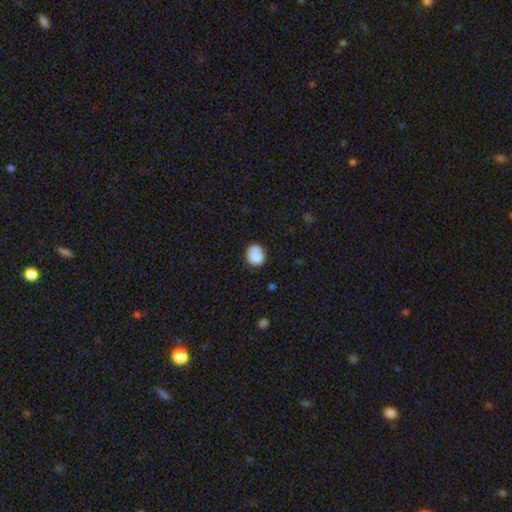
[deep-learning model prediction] Q: Smooth or featured?
A: smooth (82%); runner-up: featured or disk (10%)
Q: How rounded?
A: round (65%); runner-up: in between (34%)
Q: Merging?
A: none (63%); runner-up: minor disturbance (24%)